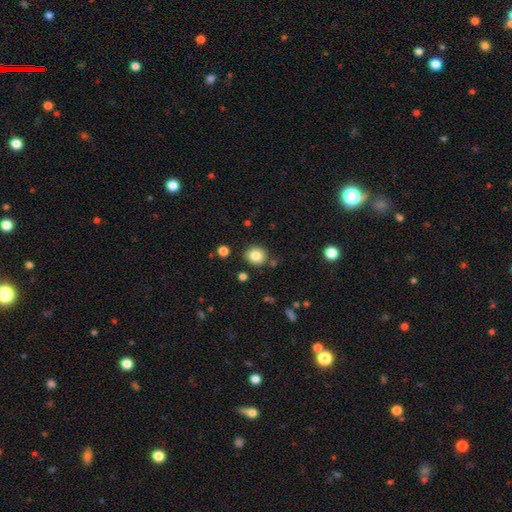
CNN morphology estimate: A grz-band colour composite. It shows a smooth galaxy with no disk features (83%) that is round (82%). Merging: none (83%).